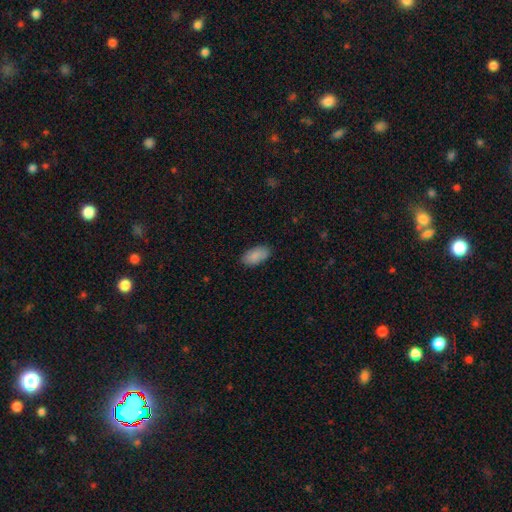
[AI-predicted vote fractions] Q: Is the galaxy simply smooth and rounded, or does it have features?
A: smooth — 87%.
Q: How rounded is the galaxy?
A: in between — 94%.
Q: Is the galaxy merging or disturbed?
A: none — 85%.